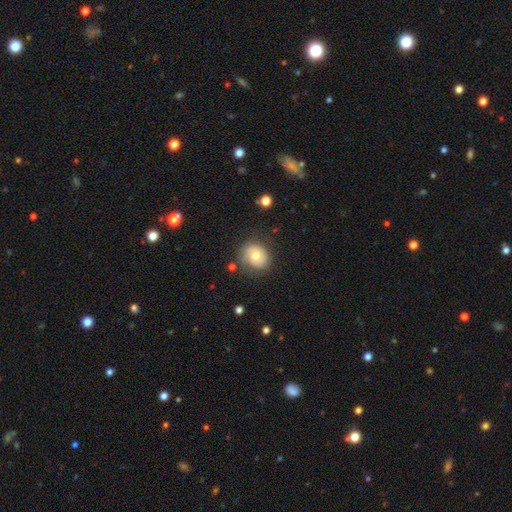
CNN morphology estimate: Smooth or featured?
  - smooth: 54% *
  - featured or disk: 38%
  - star or artifact: 8%
How rounded?
  - round: 71% *
  - in between: 29%
  - cigar-shaped: 1%
Merging?
  - none: 68% *
  - minor disturbance: 22%
  - major disturbance: 8%
  - merger: 2%